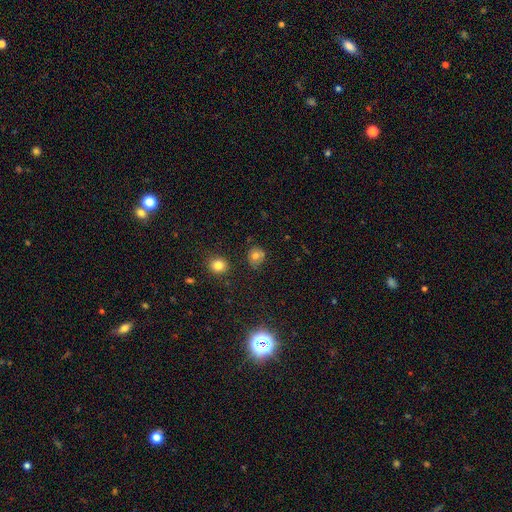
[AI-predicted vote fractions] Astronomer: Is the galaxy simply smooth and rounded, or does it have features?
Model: smooth — 70%.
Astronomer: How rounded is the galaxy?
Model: round — 79%.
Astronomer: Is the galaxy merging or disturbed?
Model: none — 76%.